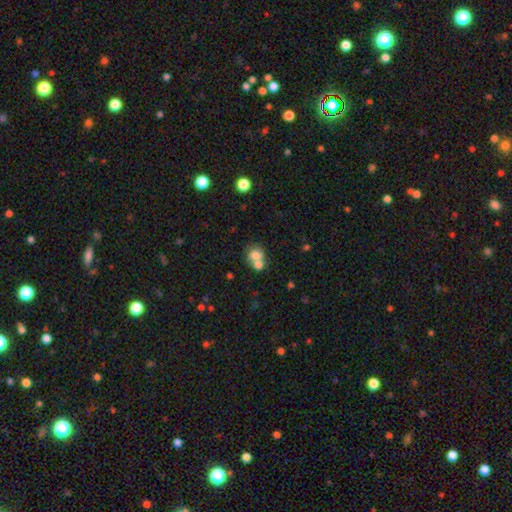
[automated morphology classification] smooth 73%, featured or disk 17%, star or artifact 10%. Down the decision tree: how rounded — round (64%); merging — merger (61%).